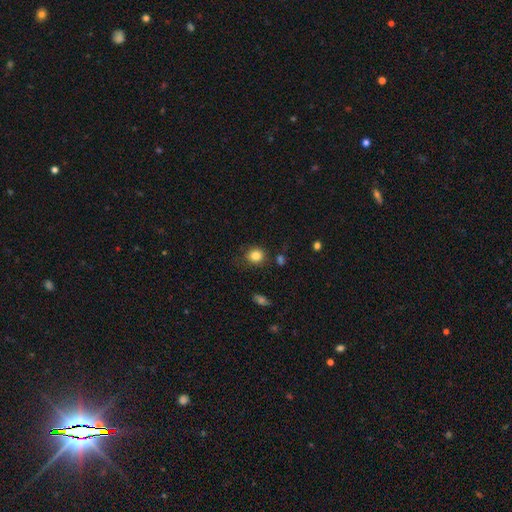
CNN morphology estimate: A smooth galaxy with no disk features (84%) that is round (79%). Merging: none (79%).